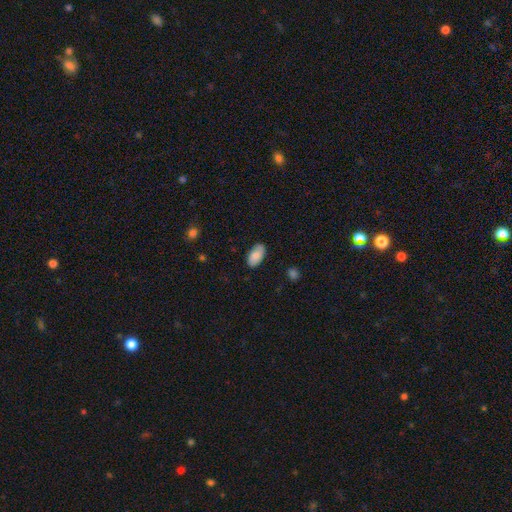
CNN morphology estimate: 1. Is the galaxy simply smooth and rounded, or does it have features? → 82% smooth, 12% featured or disk, 6% star or artifact.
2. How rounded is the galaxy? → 95% in between, 3% round, 2% cigar-shaped.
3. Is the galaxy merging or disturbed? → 83% none, 13% minor disturbance, 3% major disturbance, 1% merger.